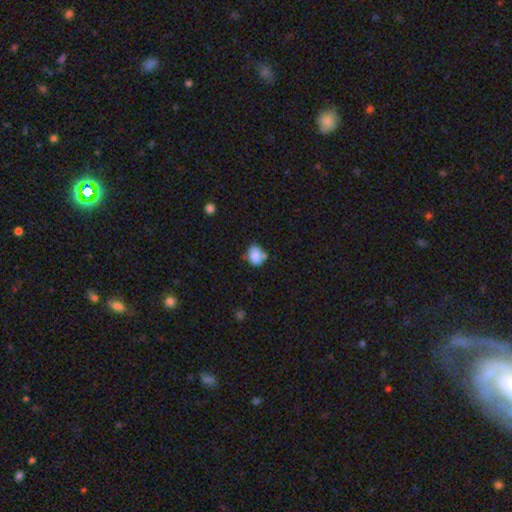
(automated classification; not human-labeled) Morphology: type=smooth (83%); roundness=in between (60%); merging=none (53%).